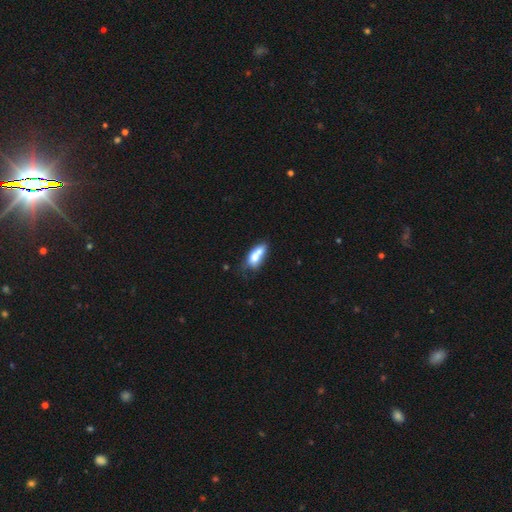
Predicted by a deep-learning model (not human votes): Morphology: type=smooth (65%); roundness=in between (76%); merging=merger (49%).